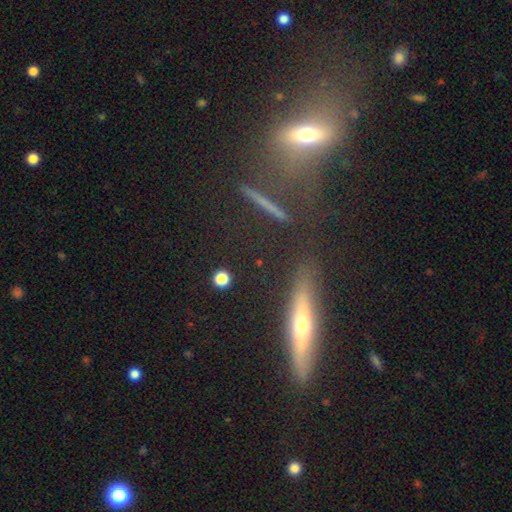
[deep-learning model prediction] A featured or disk galaxy (65%) viewed edge-on (90%) with a rounded central bulge (86%).

Vote fractions:
- Smooth or featured? featured or disk: 65% / smooth: 20% / star or artifact: 15%
- Edge-on disk? yes: 90% / no: 10%
- Edge-on bulge? rounded: 86% / none: 10% / boxy: 4%
- Merging? none: 76% / minor disturbance: 11% / merger: 8% / major disturbance: 5%